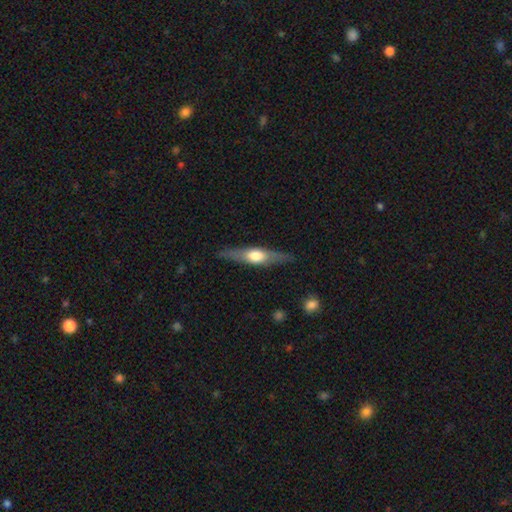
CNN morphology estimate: This appears to be a featured or disk galaxy (65%) viewed edge-on (94%) with a rounded central bulge (91%). Merging: none (85%).